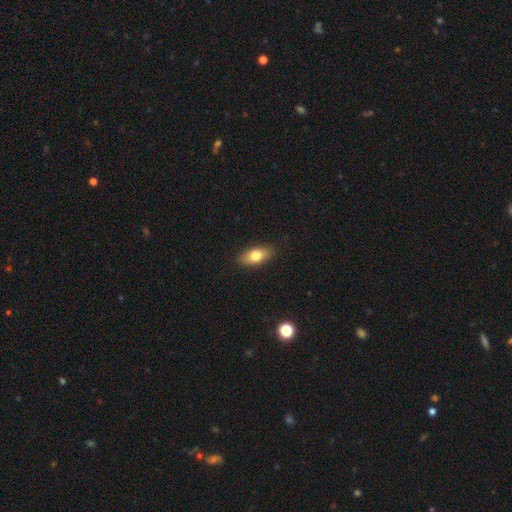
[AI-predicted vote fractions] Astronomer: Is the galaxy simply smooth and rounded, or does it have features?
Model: smooth — 74%.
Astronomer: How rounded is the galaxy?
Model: in between — 83%.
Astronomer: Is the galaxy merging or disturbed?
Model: none — 88%.